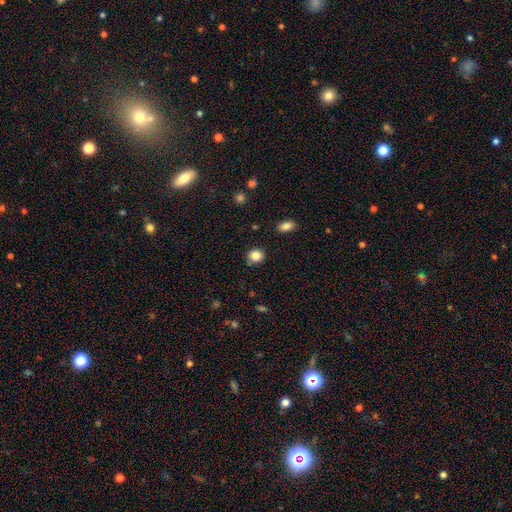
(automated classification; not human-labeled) Smooth or featured? Predicted: smooth (p=0.84). How rounded? Predicted: round (p=0.81). Merging? Predicted: none (p=0.84).